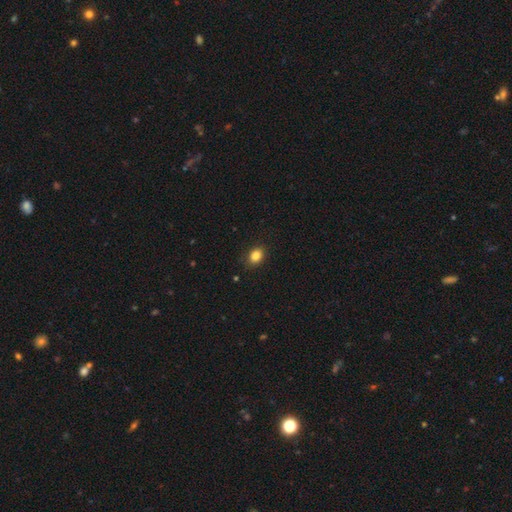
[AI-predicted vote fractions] A smooth galaxy with no disk features (85%) that is in between round and cigar-shaped (63%).

Vote fractions:
- Smooth or featured? smooth: 85% / star or artifact: 10% / featured or disk: 5%
- How rounded? in between: 63% / round: 36% / cigar-shaped: 1%
- Merging? none: 85% / minor disturbance: 11% / major disturbance: 3% / merger: 1%